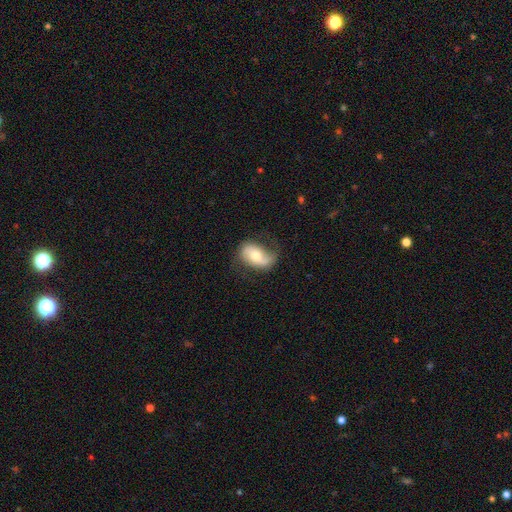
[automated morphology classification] This is possibly a featured or disk galaxy (56%). It is clearly not viewed edge-on (94%). Bar: possibly no (59%). Spiral arm pattern: clearly yes (80%). Central bulge: likely moderate (69%). Merging: likely none (61%).